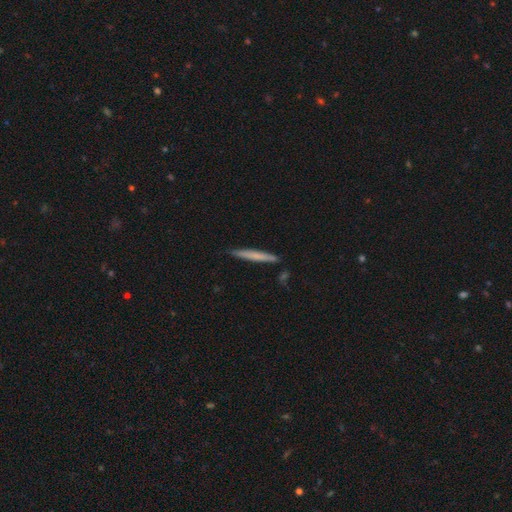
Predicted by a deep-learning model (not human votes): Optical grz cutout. It shows a smooth galaxy with no disk features (63%) that is cigar-shaped (96%). Merging: none (87%).